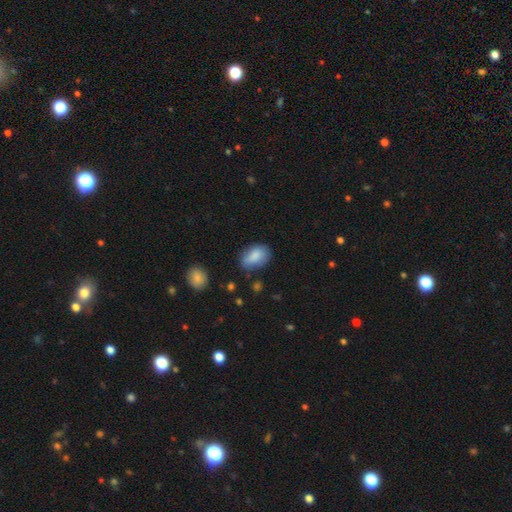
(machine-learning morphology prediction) Smooth or featured? smooth (84%)
How rounded? in between (86%)
Merging? none (62%)